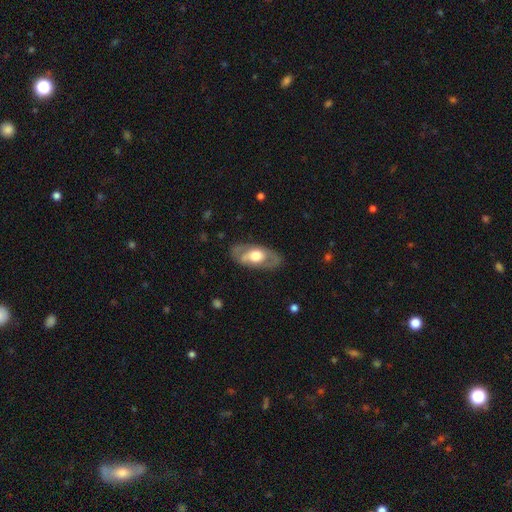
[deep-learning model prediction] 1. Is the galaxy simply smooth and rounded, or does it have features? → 59% featured or disk, 36% smooth, 5% star or artifact.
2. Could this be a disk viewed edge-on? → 83% no, 17% yes.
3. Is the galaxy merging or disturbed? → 79% none, 14% minor disturbance, 6% major disturbance, 1% merger.